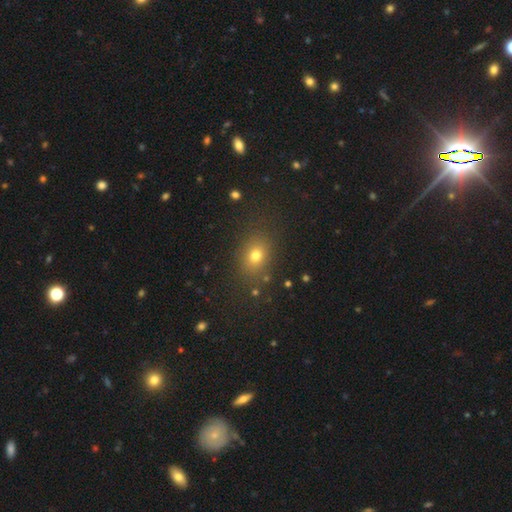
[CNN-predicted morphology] smooth 74%, star or artifact 17%, featured or disk 10%. Down the decision tree: how rounded — in between (55%); merging — none (82%).